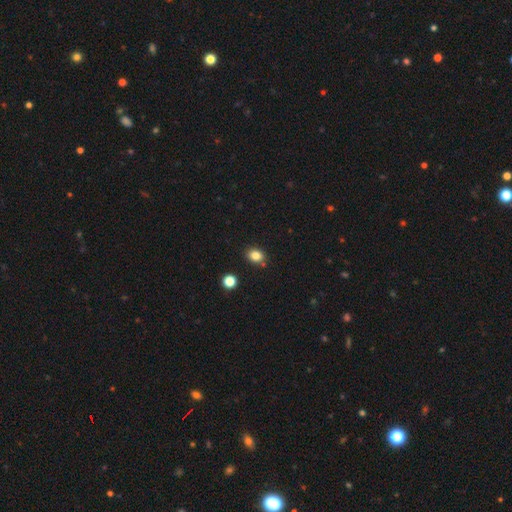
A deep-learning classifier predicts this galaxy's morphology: Smooth or featured? Predicted: smooth (p=0.83). How rounded? Predicted: in between (p=0.54). Merging? Predicted: none (p=0.80).